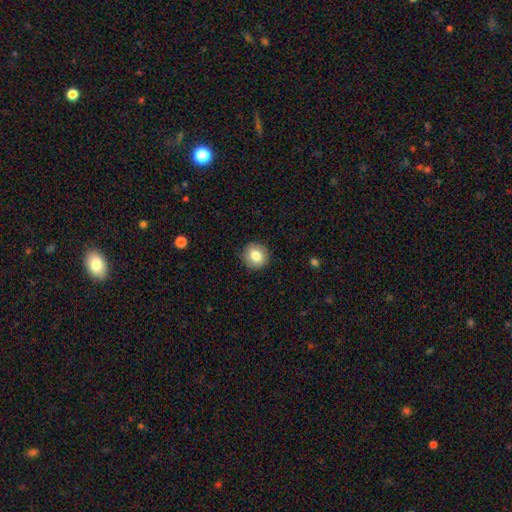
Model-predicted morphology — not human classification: Smooth or featured? Predicted: smooth (p=0.82). How rounded? Predicted: round (p=0.90). Merging? Predicted: none (p=0.90).